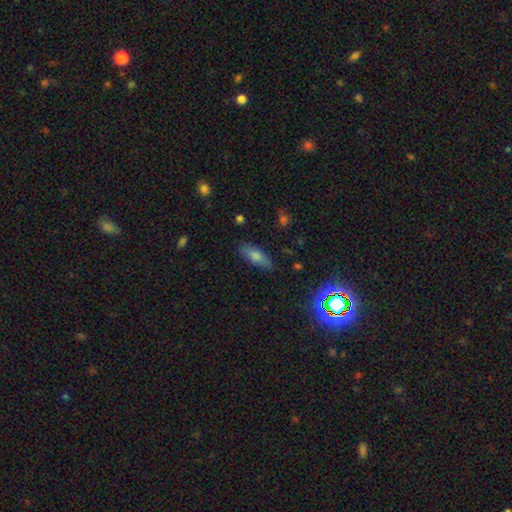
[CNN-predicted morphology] smooth_or_featured: smooth (p=0.74) [alt: featured or disk p=0.17]
how_rounded: in between (p=0.67) [alt: cigar-shaped p=0.30]
merging: none (p=0.82) [alt: minor disturbance p=0.14]